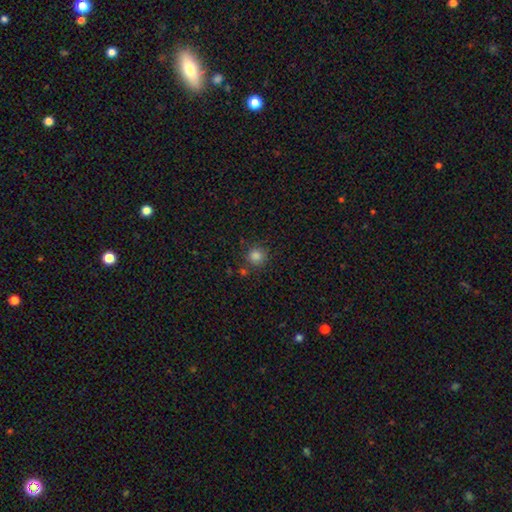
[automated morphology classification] Smooth or featured: smooth — 83% (star or artifact — 13%)
How rounded: round — 92% (in between — 7%)
Merging: none — 82% (minor disturbance — 10%)